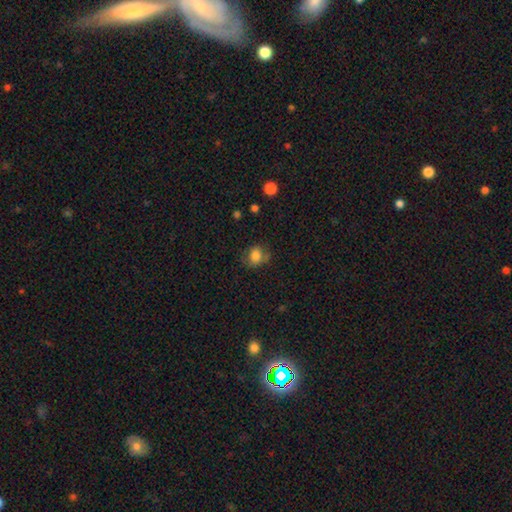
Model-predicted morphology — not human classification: Smooth or featured? Predicted: smooth (p=0.80). How rounded? Predicted: round (p=0.61). Merging? Predicted: none (p=0.67).